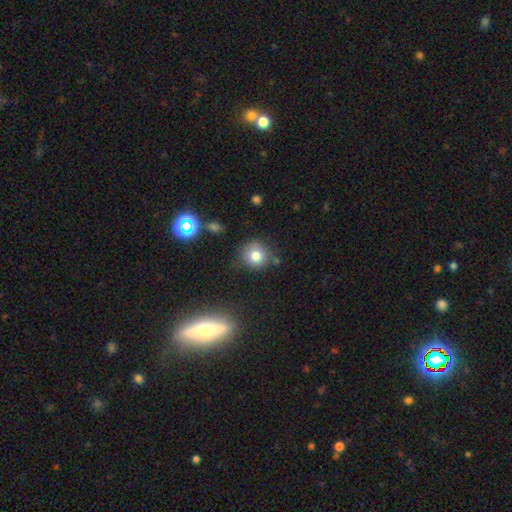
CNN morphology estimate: The model was most divided on "merging": none: 78%, minor disturbance: 14%, merger: 5%, major disturbance: 4%. More confident: how rounded — round (90%); smooth or featured — smooth (78%).